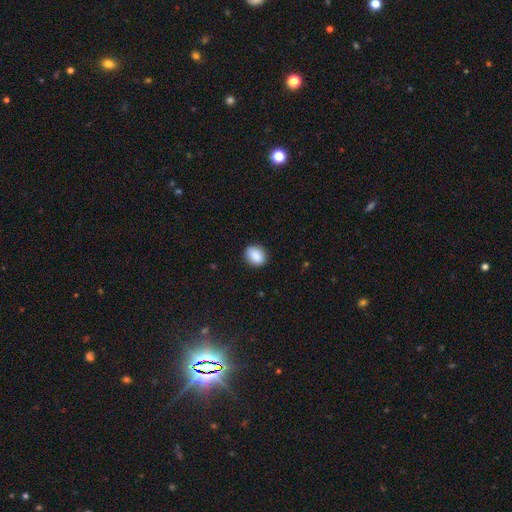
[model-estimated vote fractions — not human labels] Morphology: type=smooth (87%); roundness=in between (56%); merging=none (89%).